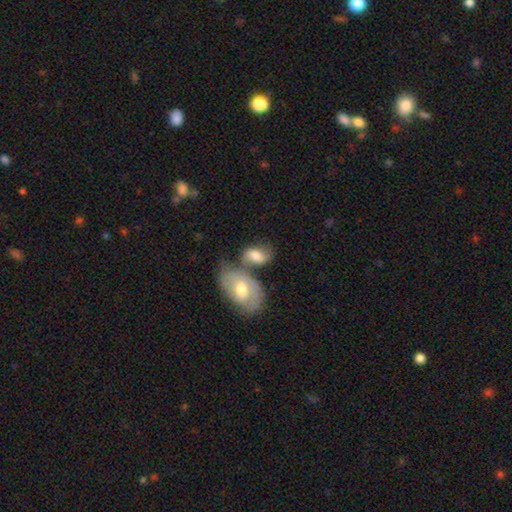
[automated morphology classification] Smooth or featured?
  - smooth: 56% *
  - featured or disk: 37%
  - star or artifact: 8%
How rounded?
  - in between: 87% *
  - round: 11%
  - cigar-shaped: 2%
Merging?
  - merger: 42% *
  - none: 33%
  - minor disturbance: 16%
  - major disturbance: 8%